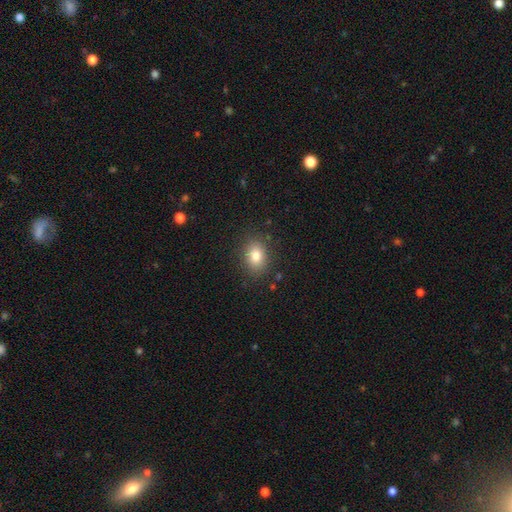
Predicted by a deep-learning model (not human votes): smooth_or_featured: smooth (p=0.81) [alt: star or artifact p=0.10]
how_rounded: in between (p=0.64) [alt: round p=0.35]
merging: none (p=0.85) [alt: minor disturbance p=0.10]